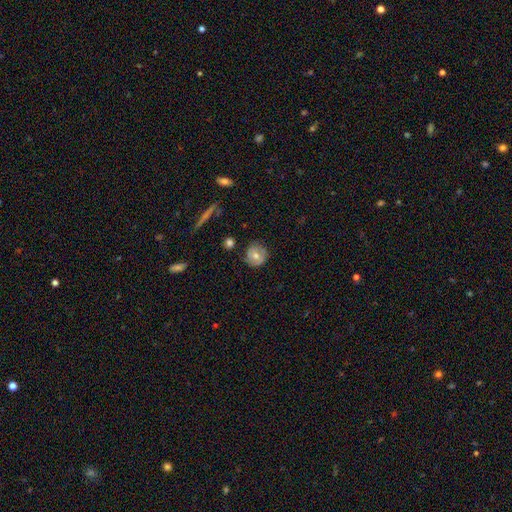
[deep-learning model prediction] This is possibly a smooth galaxy (60%). How rounded: clearly round (90%). Merging: likely none (80%).